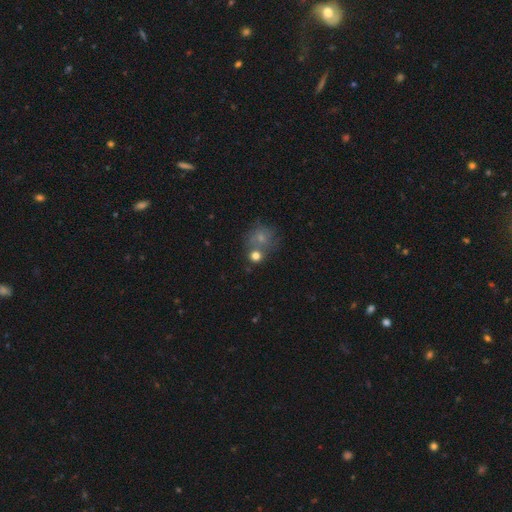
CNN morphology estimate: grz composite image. It shows a smooth galaxy with no disk features (72%) that is round (83%). Merging: none (51%).